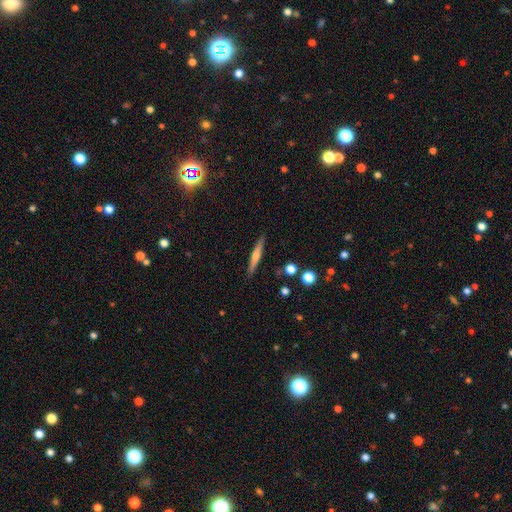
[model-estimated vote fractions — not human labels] featured or disk 54%, smooth 40%, star or artifact 7%. Down the decision tree: edge-on disk — yes (97%); edge-on bulge — rounded (75%); merging — none (90%).